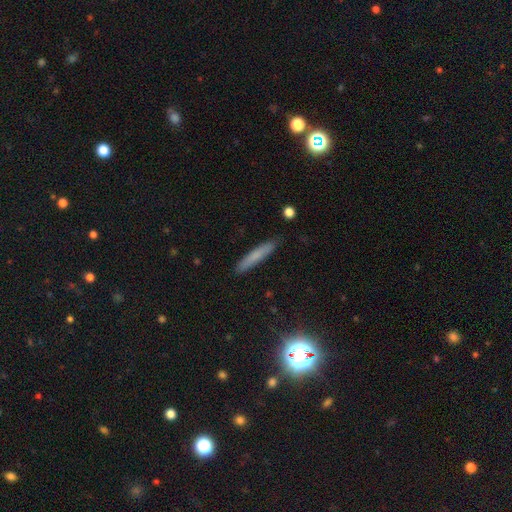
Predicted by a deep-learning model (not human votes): This is likely a smooth galaxy (71%). How rounded: clearly cigar-shaped (92%). Merging: clearly none (88%).